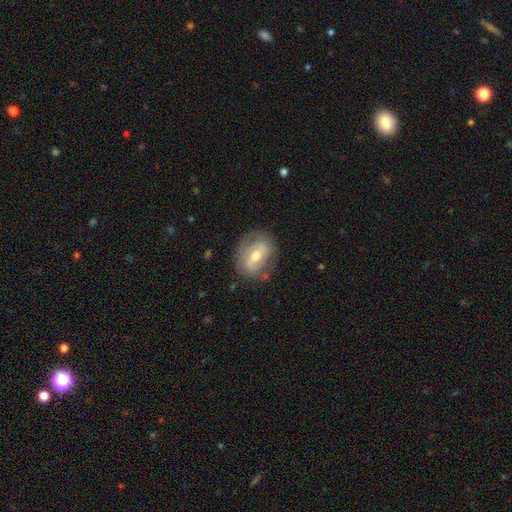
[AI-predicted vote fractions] featured or disk 58%, smooth 35%, star or artifact 7%. Down the decision tree: edge-on disk — no (93%); bar — weak (39%); spiral arms — no (53%); bulge size — moderate (67%); merging — none (73%).